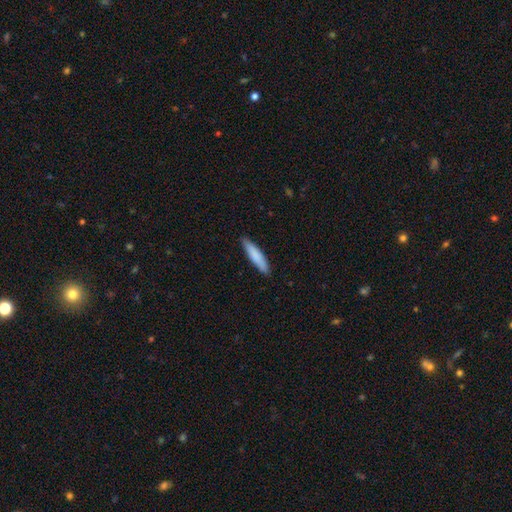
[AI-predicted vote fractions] This appears to be a smooth galaxy with no disk features (82%) that is cigar-shaped (82%). Merging: none (88%).